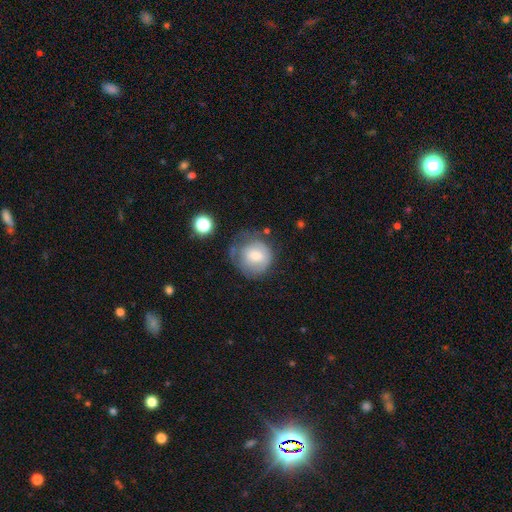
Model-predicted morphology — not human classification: type=smooth (64%); roundness=round (83%); merging=none (43%).